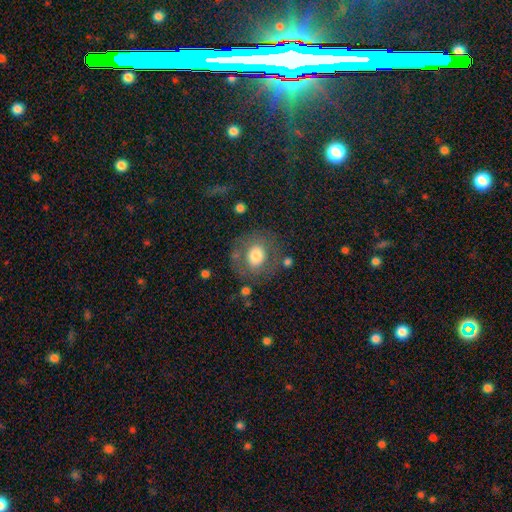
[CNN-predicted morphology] Q: Smooth or featured?
A: smooth (67%); runner-up: featured or disk (24%)
Q: How rounded?
A: round (79%); runner-up: in between (20%)
Q: Merging?
A: none (74%); runner-up: minor disturbance (14%)